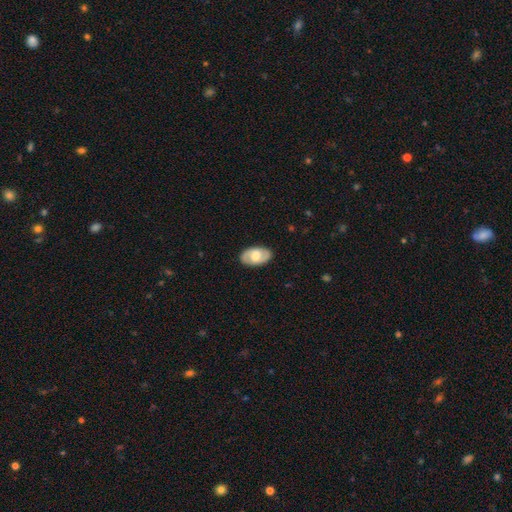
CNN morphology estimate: Smooth or featured? featured or disk (57%)
Edge-on disk? no (93%)
Bar? weak (43%)
Spiral arms? yes (68%)
Bulge size? moderate (52%)
Merging? none (86%)